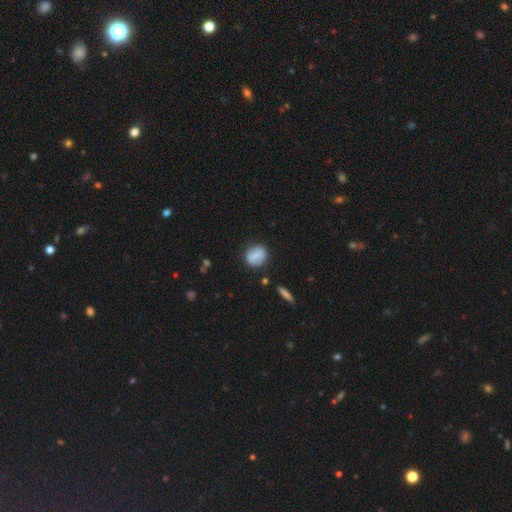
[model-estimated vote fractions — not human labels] Smooth or featured? Predicted: smooth (p=0.75). How rounded? Predicted: round (p=0.65). Merging? Predicted: none (p=0.80).